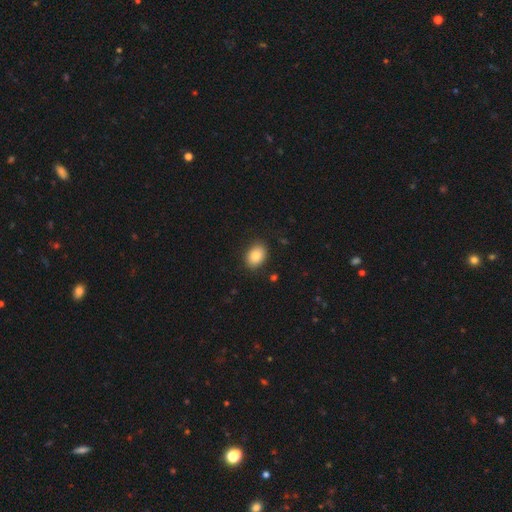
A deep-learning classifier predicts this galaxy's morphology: Q: Smooth or featured?
A: smooth (84%); runner-up: star or artifact (8%)
Q: How rounded?
A: in between (71%); runner-up: round (28%)
Q: Merging?
A: none (87%); runner-up: minor disturbance (9%)